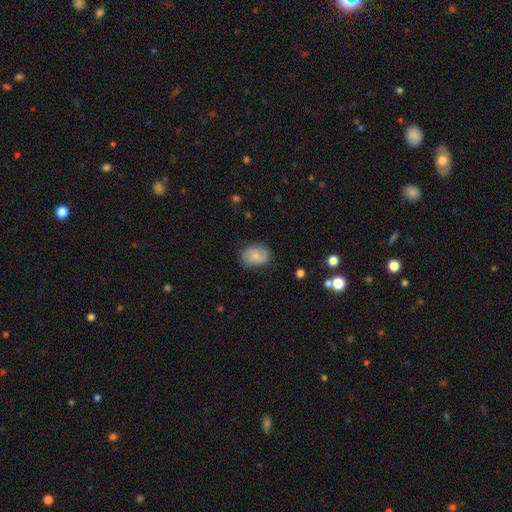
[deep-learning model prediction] This is likely a smooth galaxy (69%). How rounded: likely in between (69%). Merging: likely none (78%).